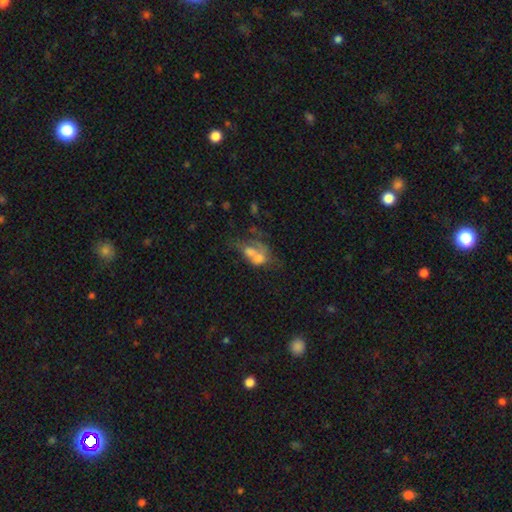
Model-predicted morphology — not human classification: Smooth or featured? smooth (51%)
How rounded? in between (71%)
Merging? merger (59%)